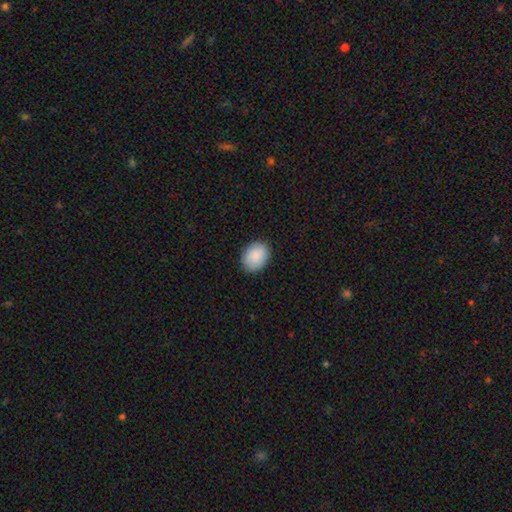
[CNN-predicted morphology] Smooth or featured? smooth (90%)
How rounded? in between (64%)
Merging? none (87%)